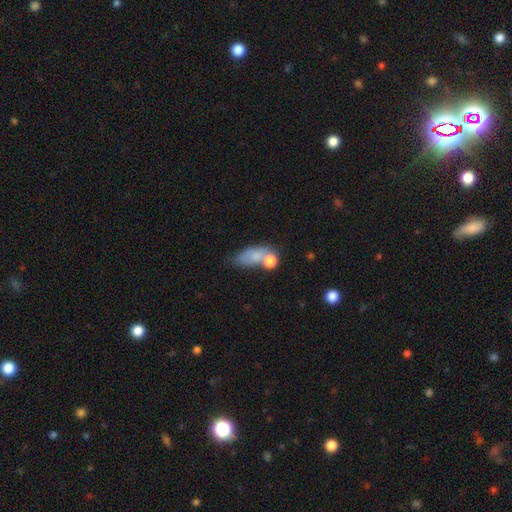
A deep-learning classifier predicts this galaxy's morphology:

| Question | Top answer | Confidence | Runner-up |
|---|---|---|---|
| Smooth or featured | smooth | 72% | featured or disk (17%) |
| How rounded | in between | 77% | round (15%) |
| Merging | none | 35% | merger (30%) |